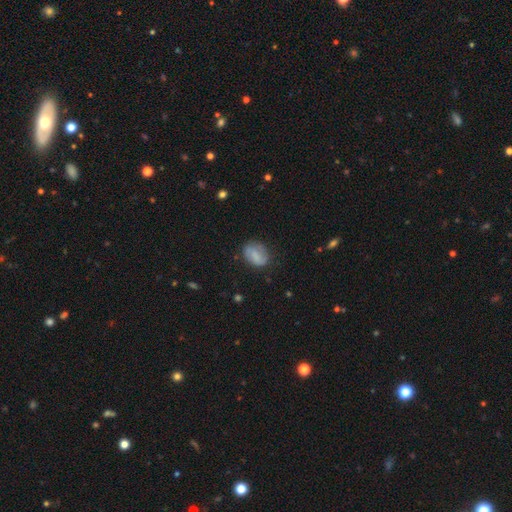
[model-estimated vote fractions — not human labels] This is likely a smooth galaxy (67%). How rounded: likely in between (70%). Merging: likely none (70%).